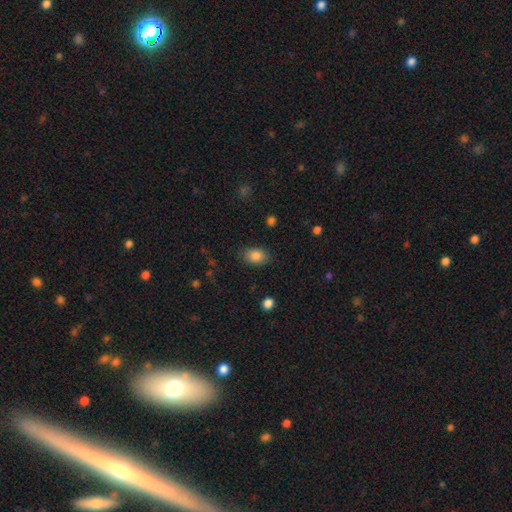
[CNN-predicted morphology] A smooth galaxy with no disk features (85%) that is in between round and cigar-shaped (81%).

Vote fractions:
- Smooth or featured? smooth: 85% / star or artifact: 8% / featured or disk: 7%
- How rounded? in between: 81% / round: 18% / cigar-shaped: 1%
- Merging? none: 84% / minor disturbance: 12% / major disturbance: 3% / merger: 1%